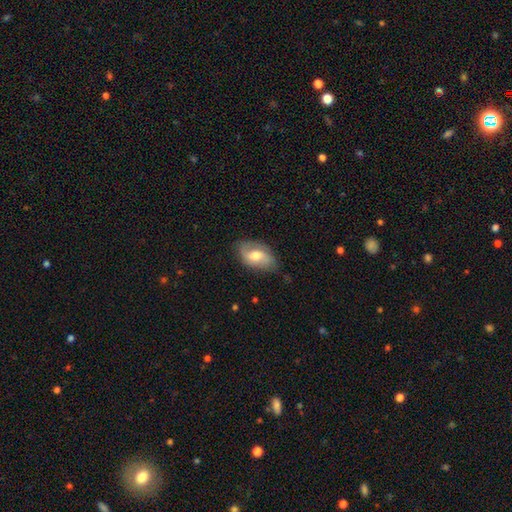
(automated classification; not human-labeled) The model was most divided on "bar": weak: 45%, no: 41%, strong: 14%. More confident: edge-on disk — no (95%); spiral arms — yes (85%); merging — none (70%); bulge size — moderate (68%); smooth or featured — featured or disk (57%).